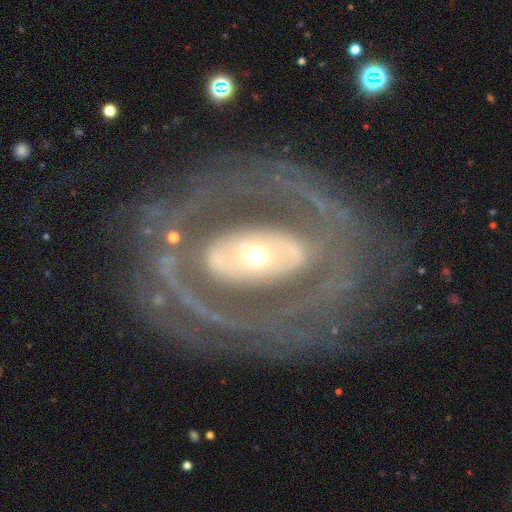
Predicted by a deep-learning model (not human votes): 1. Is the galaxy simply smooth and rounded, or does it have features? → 84% featured or disk, 11% smooth, 6% star or artifact.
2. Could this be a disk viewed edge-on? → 94% no, 6% yes.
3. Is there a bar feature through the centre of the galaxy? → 54% no, 23% strong, 23% weak.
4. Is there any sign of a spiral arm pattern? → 73% yes, 27% no.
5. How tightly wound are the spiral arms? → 55% tight, 31% medium, 14% loose.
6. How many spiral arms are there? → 44% 2, 29% can't tell, 10% 3, 7% 1, 6% 4, 5% more than 4.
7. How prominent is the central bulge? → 54% moderate, 31% small, 12% large, 2% dominant, 1% none.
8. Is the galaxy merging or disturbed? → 71% none, 14% minor disturbance, 13% major disturbance, 2% merger.